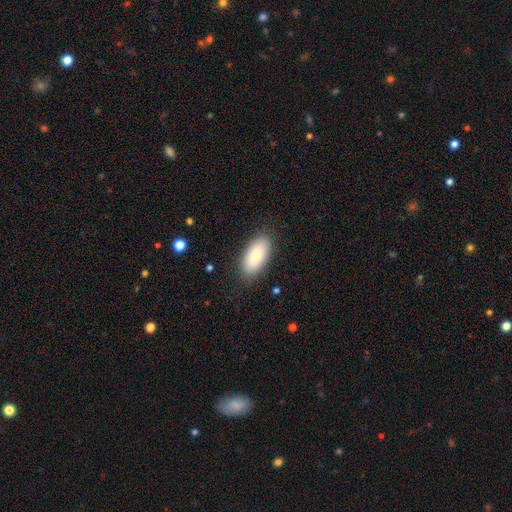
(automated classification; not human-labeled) Smooth or featured?
  - smooth: 82% *
  - featured or disk: 12%
  - star or artifact: 6%
How rounded?
  - in between: 93% *
  - cigar-shaped: 4%
  - round: 2%
Merging?
  - none: 85% *
  - minor disturbance: 11%
  - major disturbance: 3%
  - merger: 1%